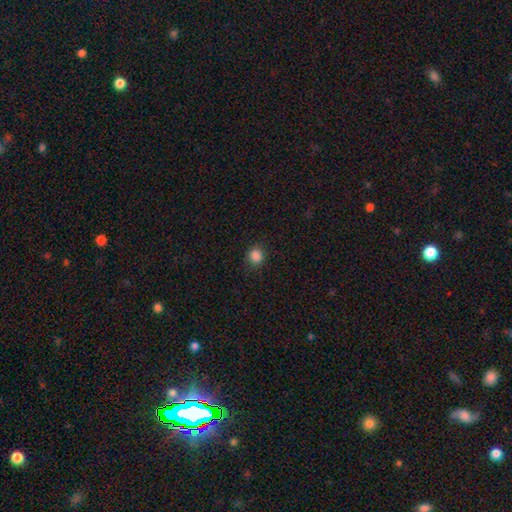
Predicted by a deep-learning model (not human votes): Smooth or featured? smooth (85%)
How rounded? round (84%)
Merging? none (86%)